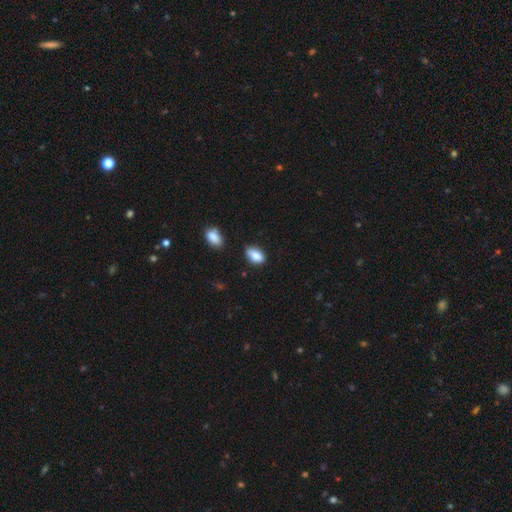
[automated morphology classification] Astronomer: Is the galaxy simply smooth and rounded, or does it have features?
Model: smooth — 85%.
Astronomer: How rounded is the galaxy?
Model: in between — 89%.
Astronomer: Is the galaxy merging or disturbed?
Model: none — 71%.